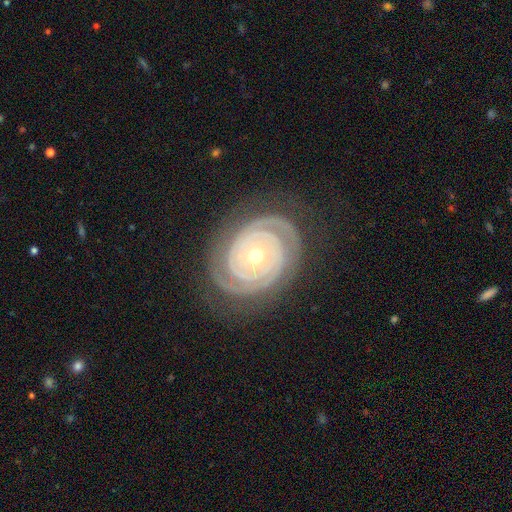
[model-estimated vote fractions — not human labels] This is clearly a featured or disk galaxy (91%). It is clearly not viewed edge-on (97%). Bar: likely no (79%). Spiral arm pattern: clearly yes (98%). Spiral arm count: likely 2 (74%). Spiral winding: clearly tight (89%). Central bulge: possibly small (50%). Merging: clearly none (82%).